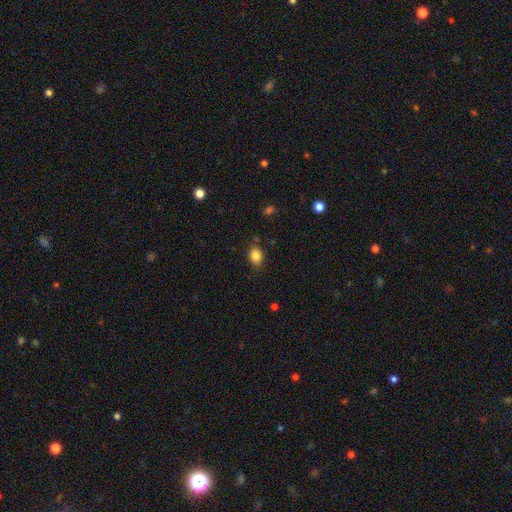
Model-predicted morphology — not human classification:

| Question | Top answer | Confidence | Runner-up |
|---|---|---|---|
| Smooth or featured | smooth | 85% | star or artifact (10%) |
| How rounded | in between | 56% | round (43%) |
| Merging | none | 83% | minor disturbance (12%) |